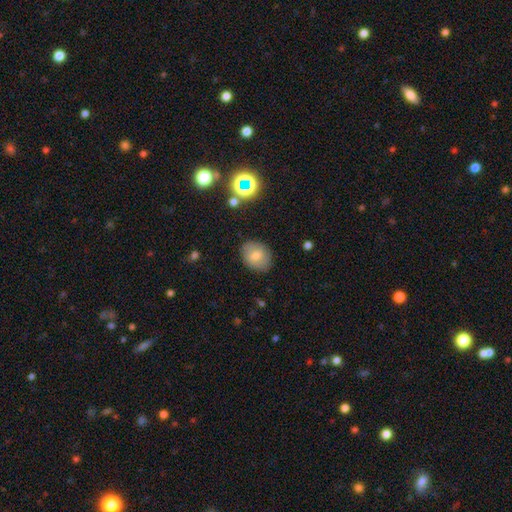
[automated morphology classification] type=smooth (72%); roundness=in between (53%); merging=none (82%).